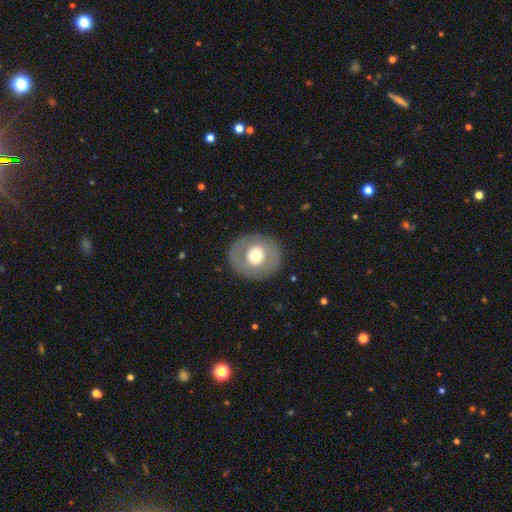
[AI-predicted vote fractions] This is possibly a smooth galaxy (50%). How rounded: clearly round (86%). Merging: clearly none (85%).